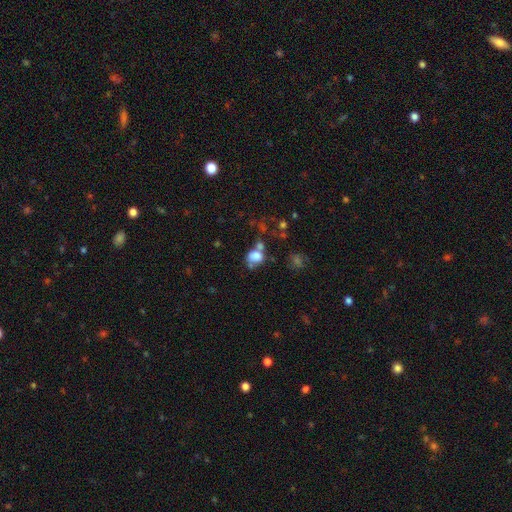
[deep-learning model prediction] Smooth or featured: smooth — 74% (featured or disk — 14%)
How rounded: in between — 51% (round — 48%)
Merging: none — 35% (merger — 34%)